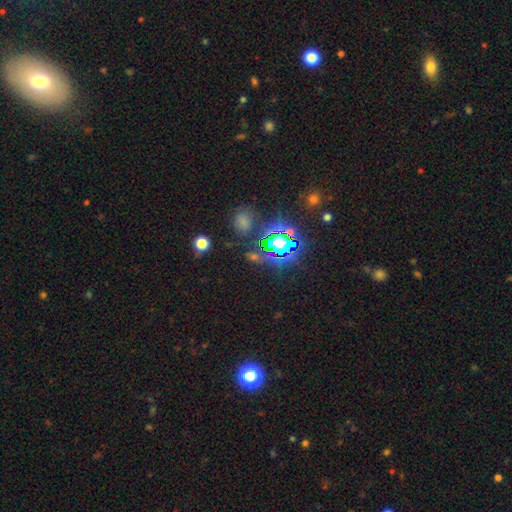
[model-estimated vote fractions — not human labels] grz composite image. It shows a star or artifact, not a galaxy (71%).